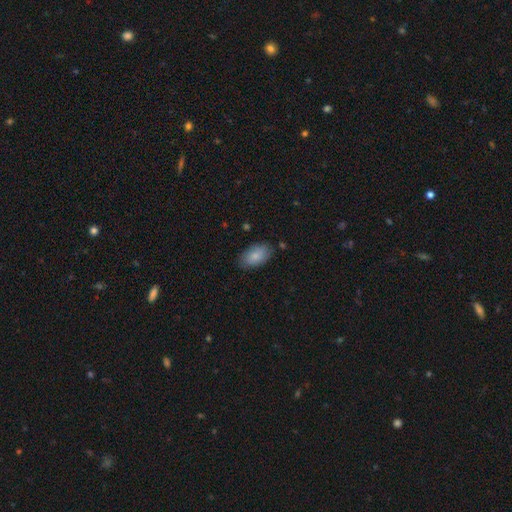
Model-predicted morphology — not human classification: smooth_or_featured: smooth (p=0.82) [alt: featured or disk p=0.12]
how_rounded: in between (p=0.93) [alt: round p=0.05]
merging: none (p=0.80) [alt: minor disturbance p=0.15]